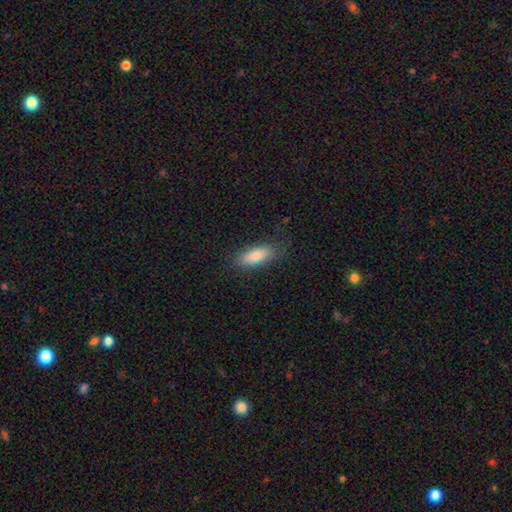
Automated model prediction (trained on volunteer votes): smooth-or-featured: smooth: 82% | featured or disk: 11% | star or artifact: 7%
  how-rounded: in between: 69% | cigar-shaped: 29% | round: 2%
  merging: none: 81% | minor disturbance: 14% | major disturbance: 4% | merger: 1%